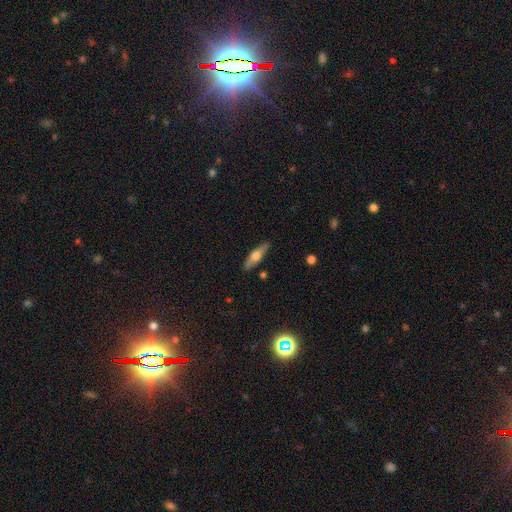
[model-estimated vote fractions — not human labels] A smooth galaxy with no disk features (48%).

Vote fractions:
- Smooth or featured? smooth: 48% / featured or disk: 46% / star or artifact: 6%
- Merging? none: 88% / minor disturbance: 9% / major disturbance: 2% / merger: 2%